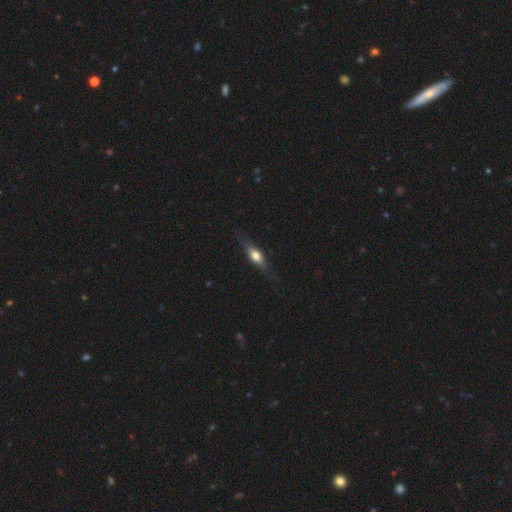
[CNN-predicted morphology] Smooth or featured? featured or disk (50%)
Merging? none (78%)